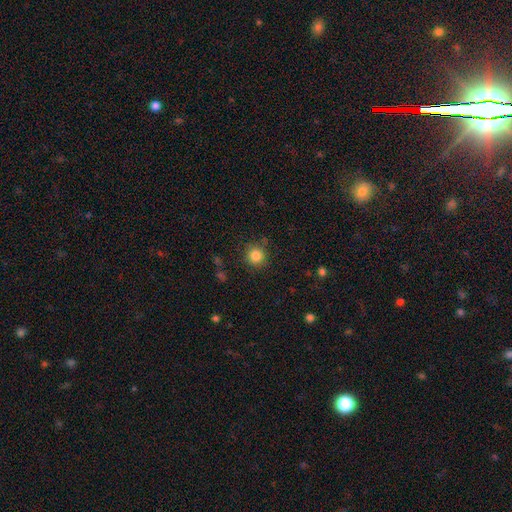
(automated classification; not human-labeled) A smooth galaxy with no disk features (84%) that is round (93%). Merging: none (85%).